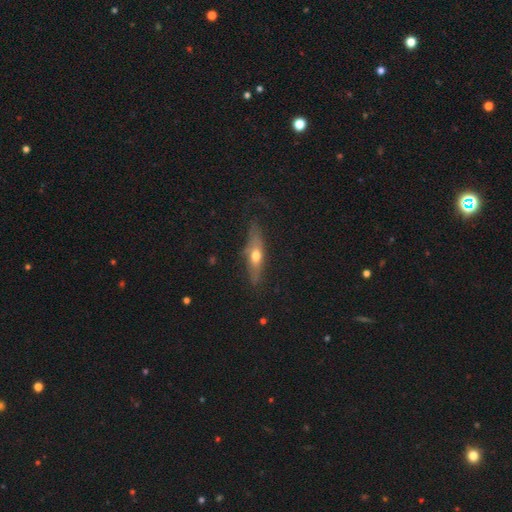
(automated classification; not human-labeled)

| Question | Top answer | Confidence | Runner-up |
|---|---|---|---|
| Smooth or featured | smooth | 48% | featured or disk (45%) |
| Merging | none | 67% | minor disturbance (22%) |